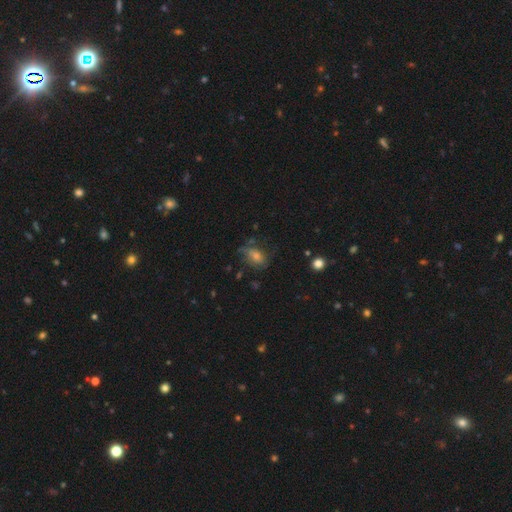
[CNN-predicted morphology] A smooth galaxy with no disk features (51%) that is in between round and cigar-shaped (75%). Merging: none (59%).